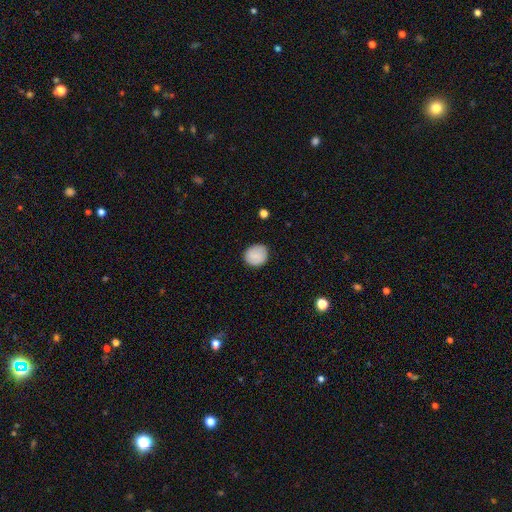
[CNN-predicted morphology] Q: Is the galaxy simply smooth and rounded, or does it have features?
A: smooth — 83%.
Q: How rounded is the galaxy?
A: round — 80%.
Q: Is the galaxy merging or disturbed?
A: none — 86%.